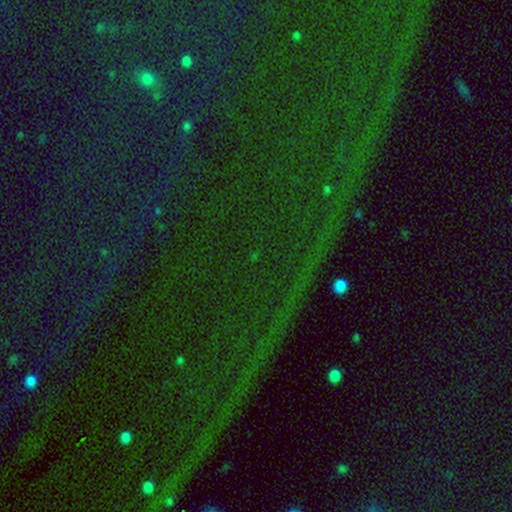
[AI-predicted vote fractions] Smooth or featured: star or artifact — 81% (smooth — 10%)